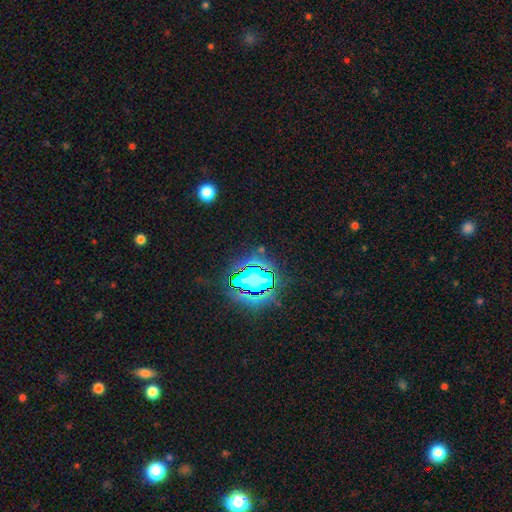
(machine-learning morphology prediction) smooth_or_featured: star or artifact (p=0.79) [alt: smooth p=0.12]